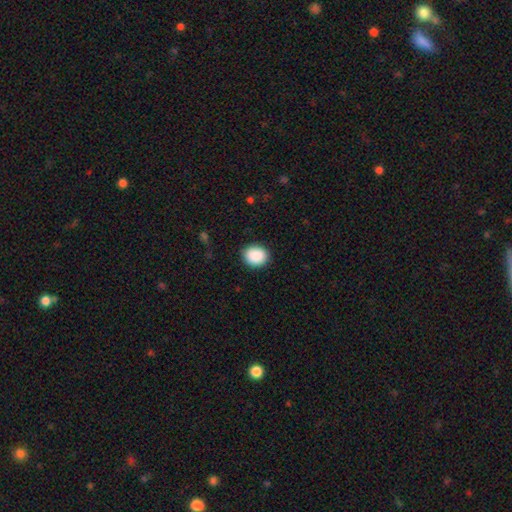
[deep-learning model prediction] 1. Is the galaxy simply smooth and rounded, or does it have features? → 90% smooth, 7% star or artifact, 3% featured or disk.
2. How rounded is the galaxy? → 71% round, 28% in between, 1% cigar-shaped.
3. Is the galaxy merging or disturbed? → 88% none, 8% minor disturbance, 2% major disturbance, 1% merger.